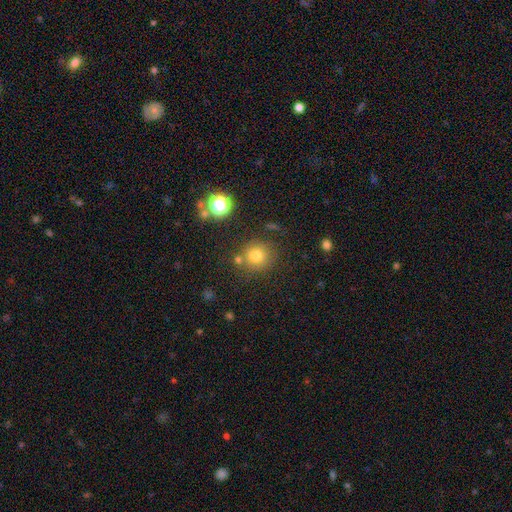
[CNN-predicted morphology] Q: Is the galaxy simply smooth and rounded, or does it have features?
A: smooth — 77%.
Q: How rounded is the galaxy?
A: round — 91%.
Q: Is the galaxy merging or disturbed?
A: none — 78%.